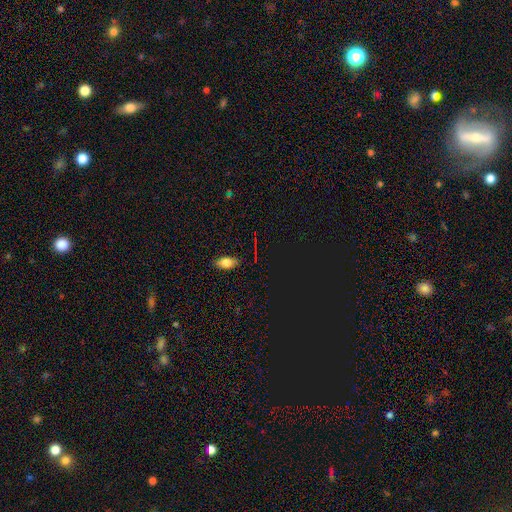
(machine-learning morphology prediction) Overall: star or artifact (47%; smooth 41%).